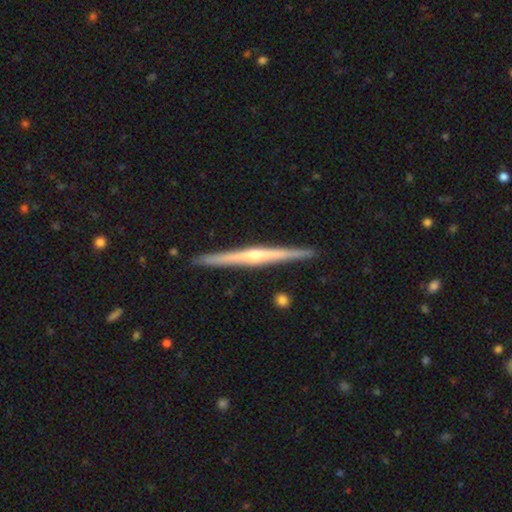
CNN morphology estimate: Smooth or featured? featured or disk (79%)
Edge-on disk? yes (99%)
Edge-on bulge? rounded (74%)
Merging? none (92%)